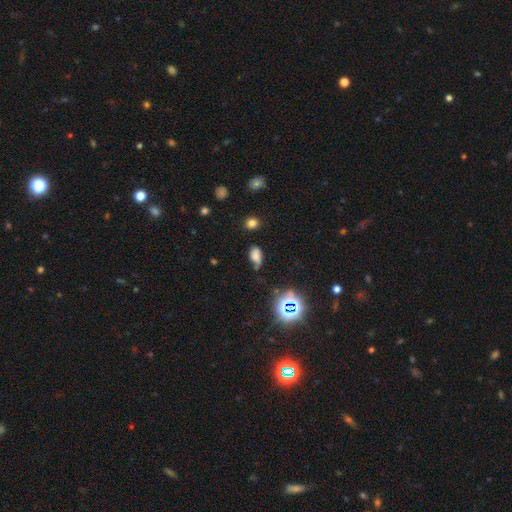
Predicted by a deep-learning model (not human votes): Q: Smooth or featured?
A: smooth (66%); runner-up: star or artifact (22%)
Q: How rounded?
A: in between (87%); runner-up: round (9%)
Q: Merging?
A: none (50%); runner-up: minor disturbance (32%)